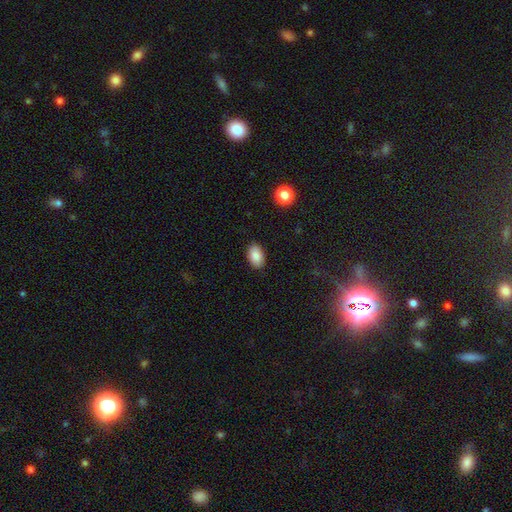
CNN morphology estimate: smooth_or_featured: smooth (p=0.87) [alt: star or artifact p=0.08]
how_rounded: in between (p=0.91) [alt: round p=0.08]
merging: none (p=0.88) [alt: minor disturbance p=0.09]